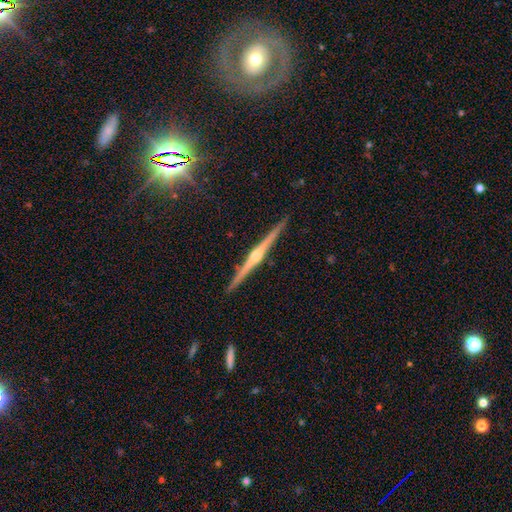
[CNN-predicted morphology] smooth-or-featured: featured or disk: 84% | smooth: 8% | star or artifact: 8%
  disk-edge-on: yes: 99% | no: 1%
    edge-on-bulge: rounded: 91% | none: 6% | boxy: 4%
  merging: none: 93% | minor disturbance: 5% | major disturbance: 1% | merger: 1%